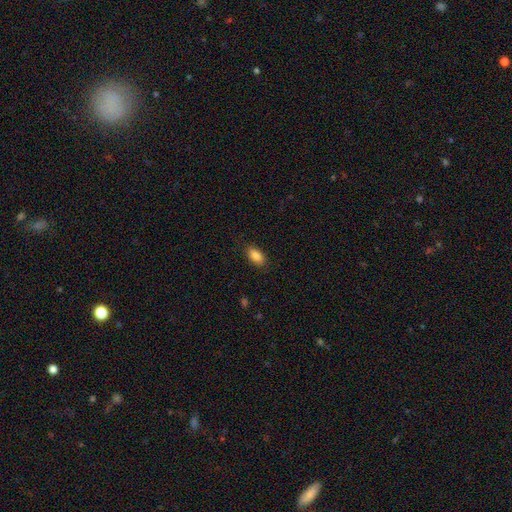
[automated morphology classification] smooth 86%, star or artifact 7%, featured or disk 6%. Down the decision tree: how rounded — in between (90%); merging — none (87%).